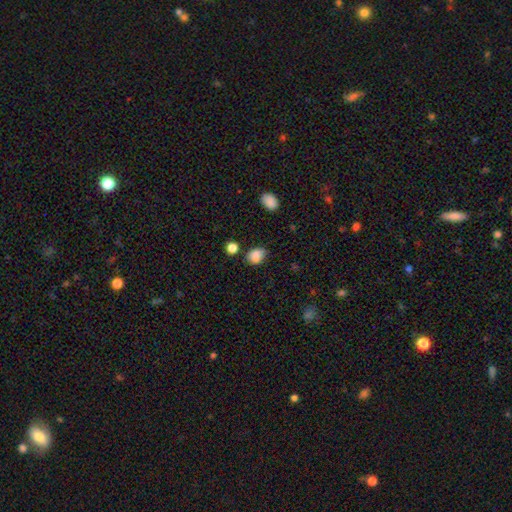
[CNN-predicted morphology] Overall: smooth (84%). How rounded: in between (58%; round 40%). Merging: none (61%; minor disturbance 26%).